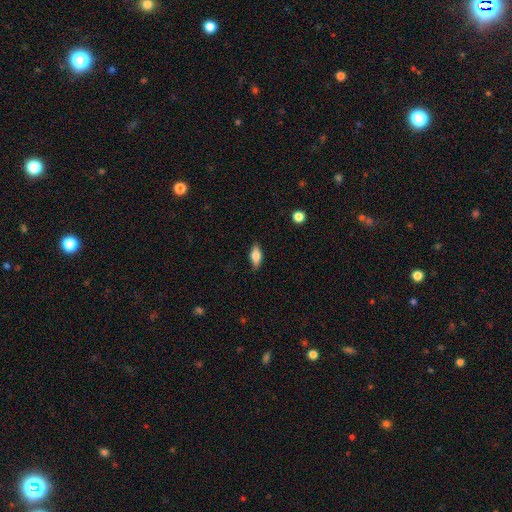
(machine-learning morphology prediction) Smooth or featured?
  - smooth: 75% *
  - featured or disk: 18%
  - star or artifact: 7%
How rounded?
  - in between: 80% *
  - cigar-shaped: 16%
  - round: 3%
Merging?
  - none: 84% *
  - minor disturbance: 12%
  - major disturbance: 2%
  - merger: 1%